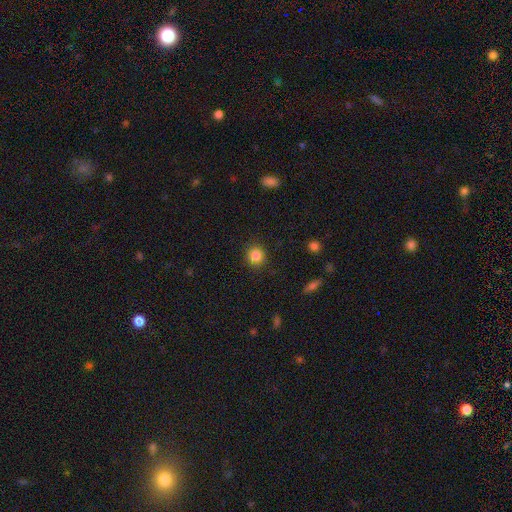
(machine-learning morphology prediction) A smooth galaxy with no disk features (85%) that is round (88%). Merging: none (88%).